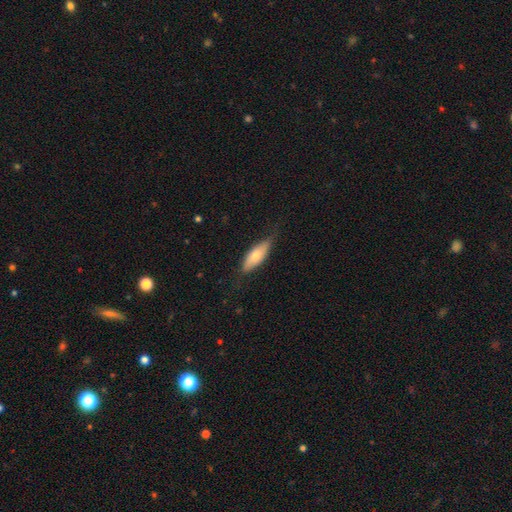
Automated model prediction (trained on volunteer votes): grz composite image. It shows a smooth galaxy with no disk features (62%) that is in between round and cigar-shaped (71%). Merging: none (67%).